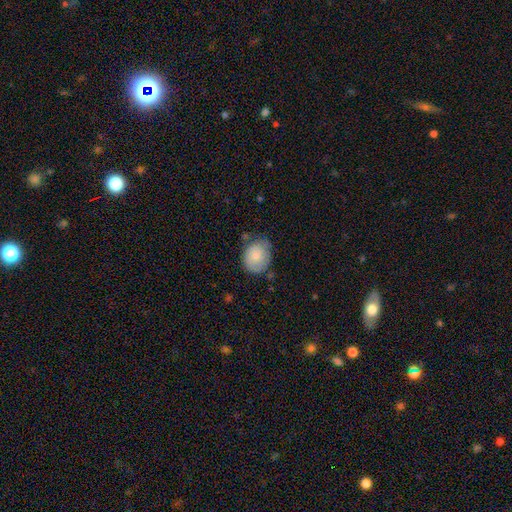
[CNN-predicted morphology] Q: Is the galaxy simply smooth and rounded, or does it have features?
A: smooth — 72%.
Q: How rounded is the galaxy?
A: round — 59%.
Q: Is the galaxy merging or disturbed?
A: none — 58%.